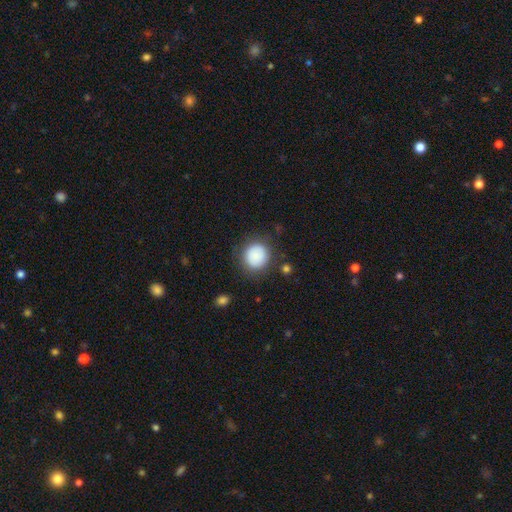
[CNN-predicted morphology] smooth 85%, star or artifact 8%, featured or disk 7%. Down the decision tree: how rounded — round (89%); merging — none (82%).